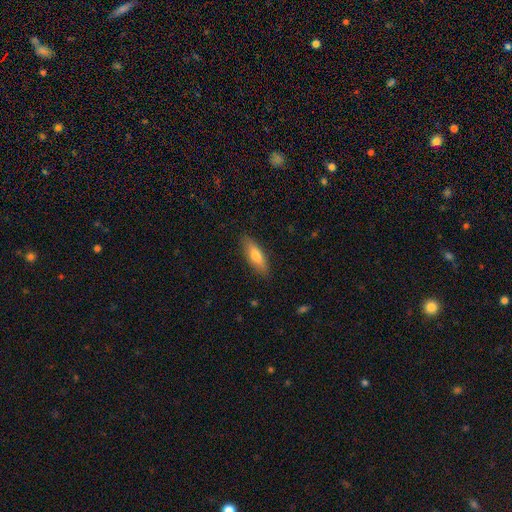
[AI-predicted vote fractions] Q: Smooth or featured?
A: smooth (71%); runner-up: featured or disk (23%)
Q: How rounded?
A: in between (53%); runner-up: cigar-shaped (45%)
Q: Merging?
A: none (87%); runner-up: minor disturbance (10%)